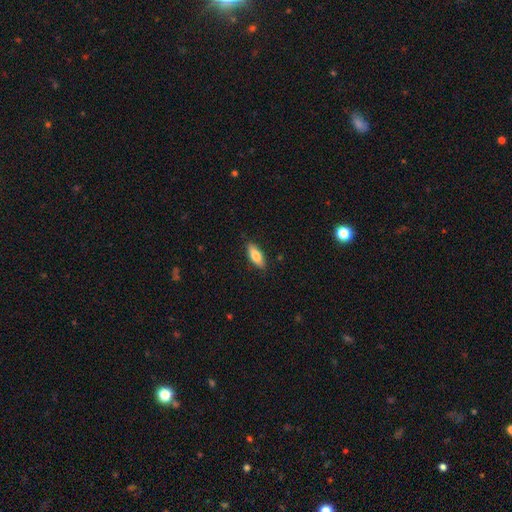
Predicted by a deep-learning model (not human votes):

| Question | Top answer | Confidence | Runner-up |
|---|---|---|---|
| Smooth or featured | smooth | 77% | featured or disk (17%) |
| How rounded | in between | 77% | cigar-shaped (21%) |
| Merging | none | 87% | minor disturbance (10%) |